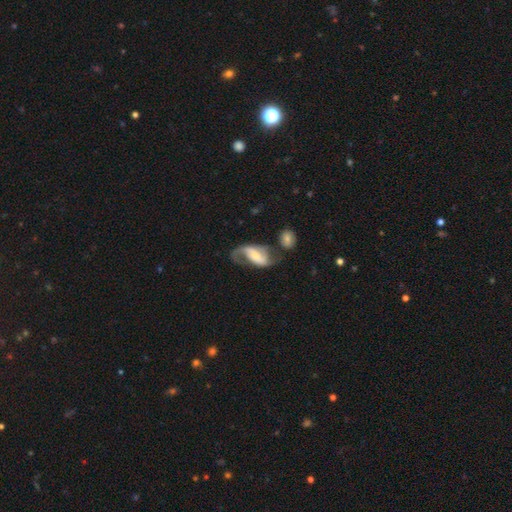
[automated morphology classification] featured or disk 73%, smooth 21%, star or artifact 6%. Down the decision tree: edge-on disk — no (96%); bar — weak (39%); spiral arms — yes (89%); spiral arm count — 2 (67%); spiral winding — loose (56%); bulge size — small (42%); merging — none (38%).